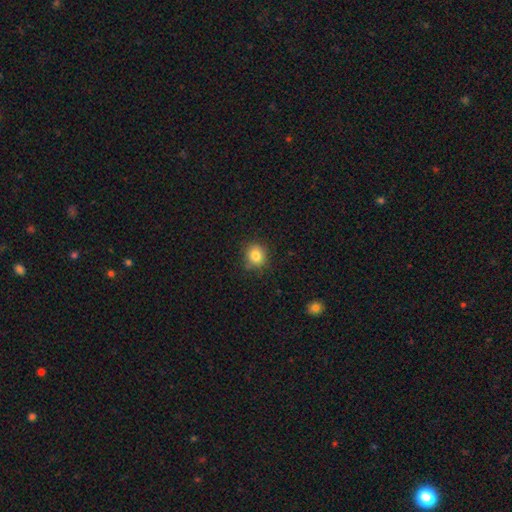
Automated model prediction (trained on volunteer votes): This is clearly a smooth galaxy (82%). How rounded: clearly round (80%). Merging: clearly none (85%).